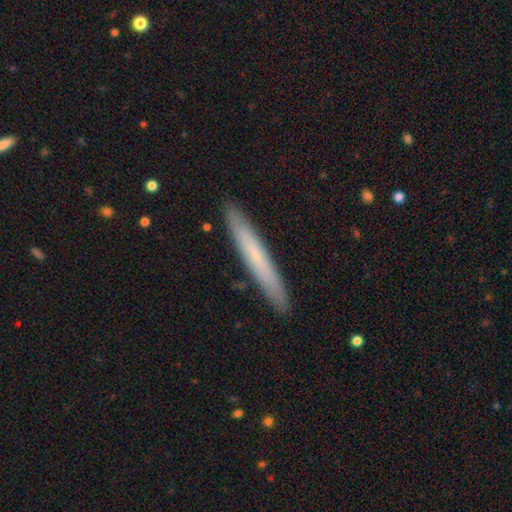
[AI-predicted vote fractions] This is possibly a smooth galaxy (60%). How rounded: clearly cigar-shaped (96%). Merging: clearly none (91%).